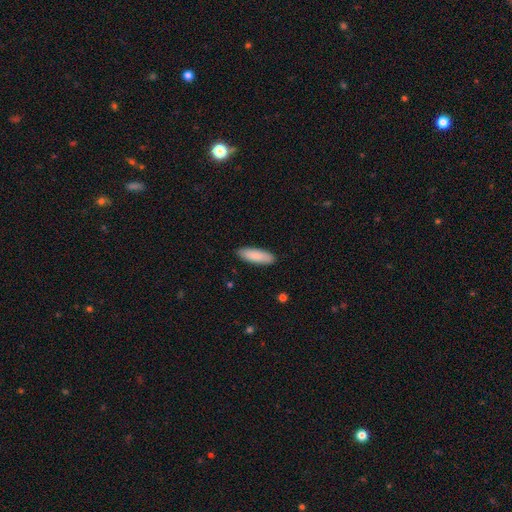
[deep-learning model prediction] smooth 88%, featured or disk 6%, star or artifact 5%. Down the decision tree: how rounded — in between (56%); merging — none (89%).